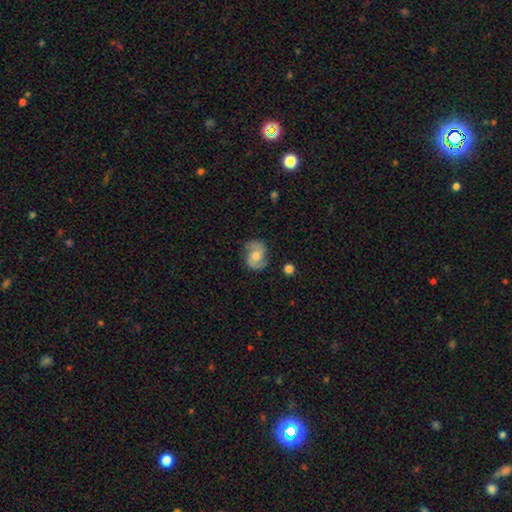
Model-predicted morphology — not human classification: Q: Smooth or featured?
A: featured or disk (69%); runner-up: smooth (23%)
Q: Edge-on disk?
A: no (97%); runner-up: yes (3%)
Q: Bar?
A: no (64%); runner-up: weak (30%)
Q: Spiral arms?
A: yes (93%); runner-up: no (7%)
Q: Spiral winding?
A: medium (50%); runner-up: tight (26%)
Q: Spiral arm count?
A: 2 (89%); runner-up: can't tell (5%)
Q: Bulge size?
A: moderate (62%); runner-up: small (26%)
Q: Merging?
A: none (77%); runner-up: minor disturbance (16%)